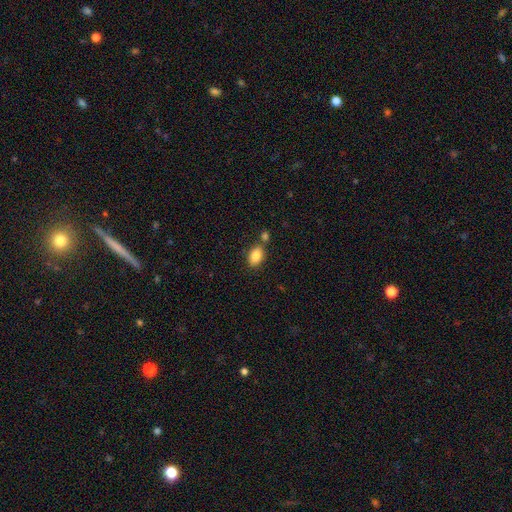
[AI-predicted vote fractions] smooth 85%, star or artifact 8%, featured or disk 7%. Down the decision tree: how rounded — in between (87%); merging — none (70%).